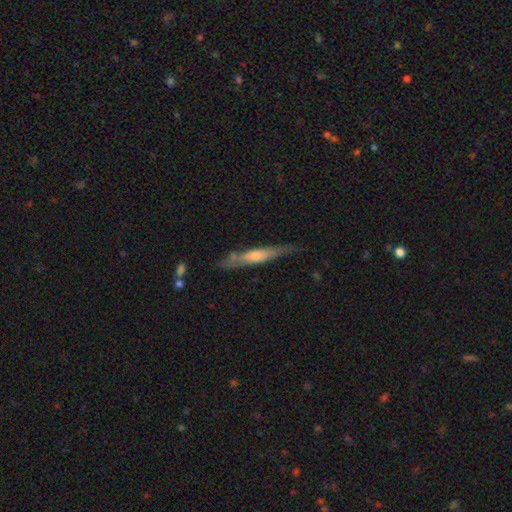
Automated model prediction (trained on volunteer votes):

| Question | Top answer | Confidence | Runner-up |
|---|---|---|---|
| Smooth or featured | featured or disk | 54% | smooth (40%) |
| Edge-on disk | yes | 84% | no (16%) |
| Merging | none | 69% | minor disturbance (22%) |